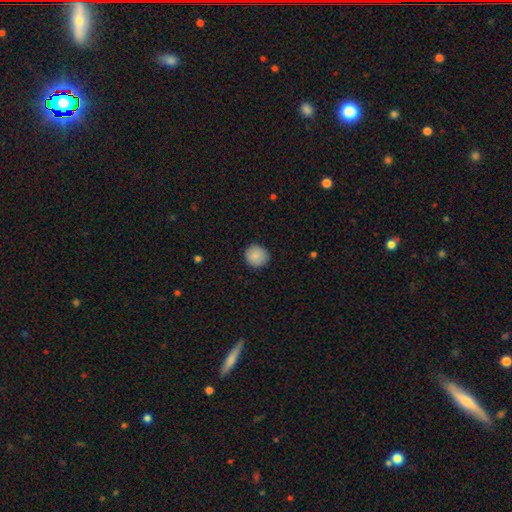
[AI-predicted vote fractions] smooth 88%, star or artifact 7%, featured or disk 5%. Down the decision tree: how rounded — round (91%); merging — none (89%).